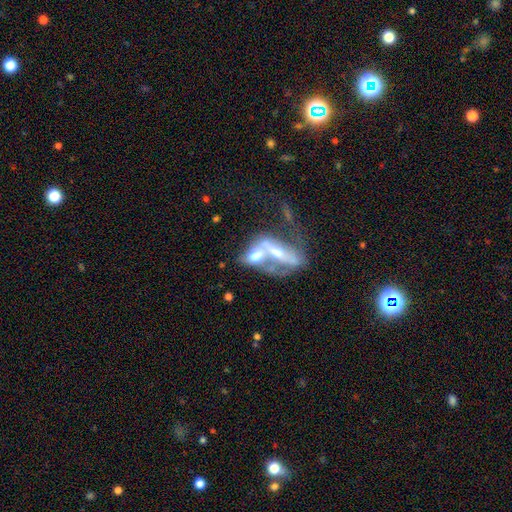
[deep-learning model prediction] smooth_or_featured: featured or disk (p=0.53) [alt: smooth p=0.38]
disk_edge_on: no (p=0.76) [alt: yes p=0.24]
merging: merger (p=0.71) [alt: none p=0.13]